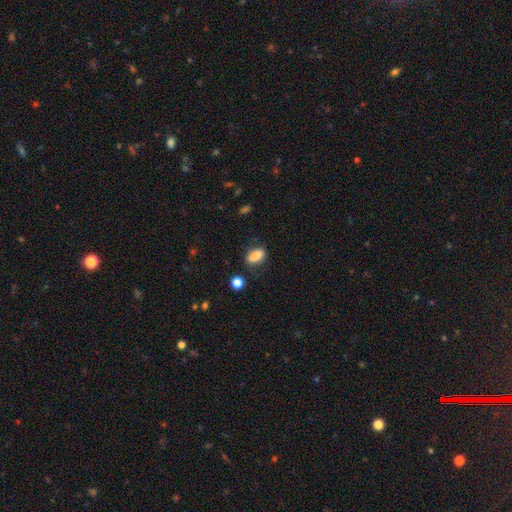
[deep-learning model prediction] smooth 80%, featured or disk 12%, star or artifact 8%. Down the decision tree: how rounded — in between (85%); merging — none (77%).